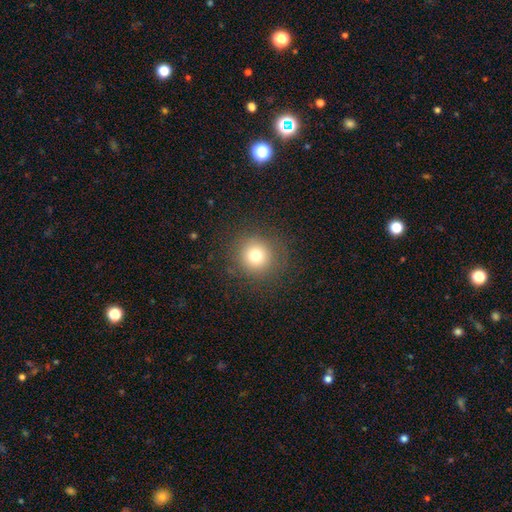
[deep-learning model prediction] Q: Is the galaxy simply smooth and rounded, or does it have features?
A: smooth — 76%.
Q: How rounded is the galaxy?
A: round — 94%.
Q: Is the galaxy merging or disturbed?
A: none — 88%.